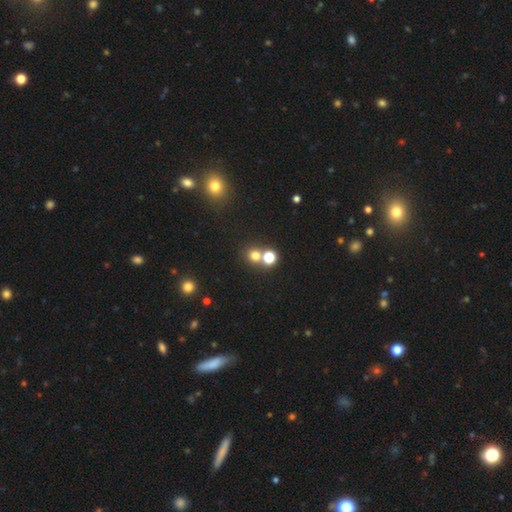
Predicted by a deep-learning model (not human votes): A smooth galaxy with no disk features (70%) that is round (86%).

Vote fractions:
- Smooth or featured? smooth: 70% / star or artifact: 22% / featured or disk: 8%
- How rounded? round: 86% / in between: 13% / cigar-shaped: 1%
- Merging? none: 58% / merger: 32% / minor disturbance: 7% / major disturbance: 3%